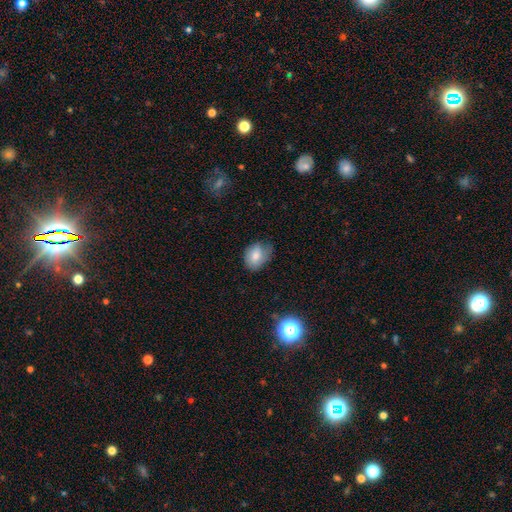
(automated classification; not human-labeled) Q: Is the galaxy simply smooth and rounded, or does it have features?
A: smooth — 75%.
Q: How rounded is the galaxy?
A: in between — 65%.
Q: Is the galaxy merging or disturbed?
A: none — 52%.